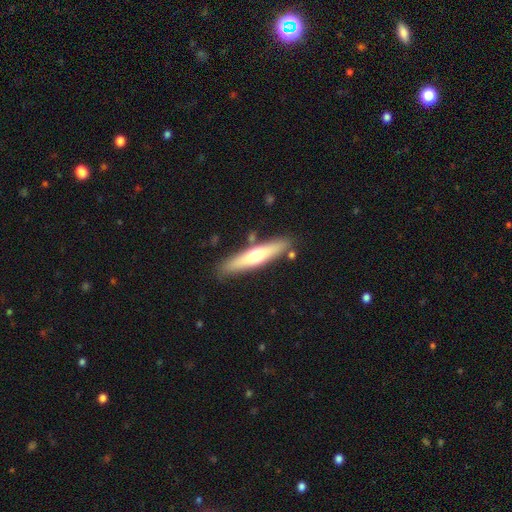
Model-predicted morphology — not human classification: This appears to be a smooth galaxy with no disk features (51%) that is cigar-shaped (85%). Merging: none (85%).